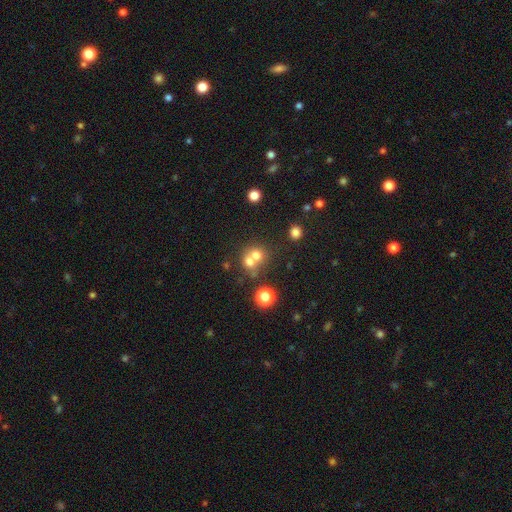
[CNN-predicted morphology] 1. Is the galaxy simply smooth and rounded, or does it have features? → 67% smooth, 17% featured or disk, 16% star or artifact.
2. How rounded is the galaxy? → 81% round, 18% in between, 1% cigar-shaped.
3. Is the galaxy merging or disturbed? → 55% merger, 36% none, 6% minor disturbance, 3% major disturbance.